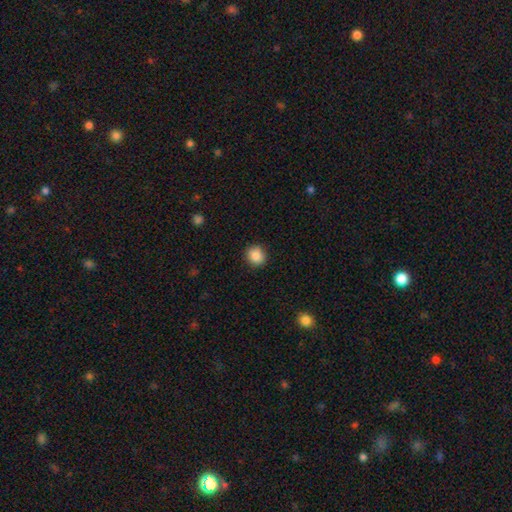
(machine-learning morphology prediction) Smooth or featured? Predicted: smooth (p=0.87). How rounded? Predicted: round (p=0.86). Merging? Predicted: none (p=0.91).